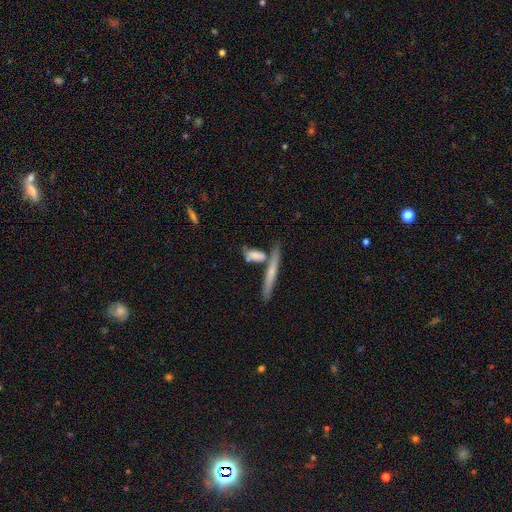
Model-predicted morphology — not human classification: smooth 56%, featured or disk 35%, star or artifact 8%. Down the decision tree: how rounded — cigar-shaped (71%); merging — none (58%).